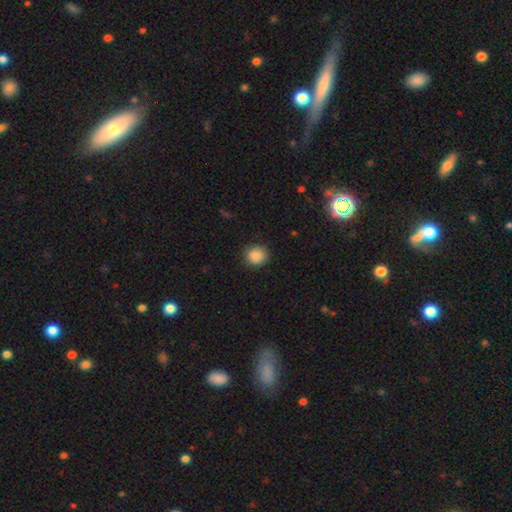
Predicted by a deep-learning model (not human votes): Smooth or featured? smooth (88%)
How rounded? round (87%)
Merging? none (86%)